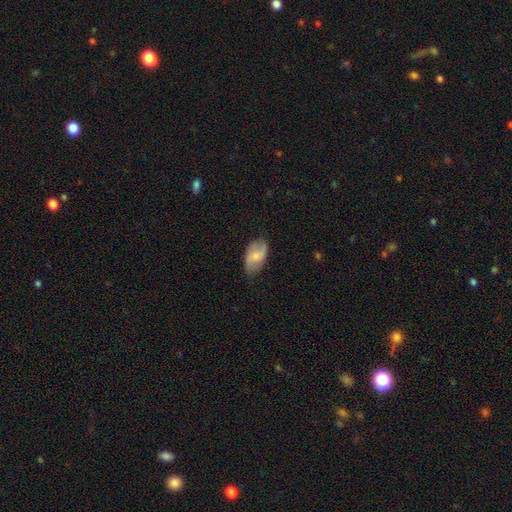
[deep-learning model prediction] This is possibly a smooth galaxy (50%). How rounded: clearly in between (92%). Merging: likely none (73%).